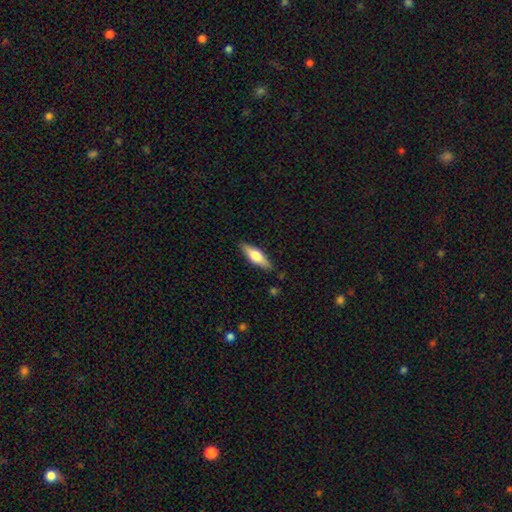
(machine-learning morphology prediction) The model was most divided on "how rounded": in between: 52%, cigar-shaped: 46%, round: 2%. More confident: merging — none (86%); smooth or featured — smooth (58%).